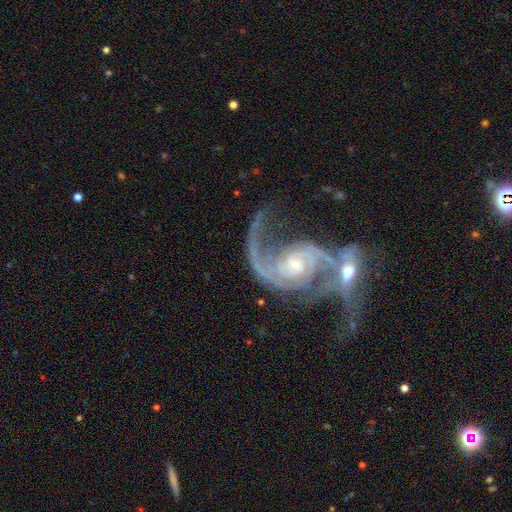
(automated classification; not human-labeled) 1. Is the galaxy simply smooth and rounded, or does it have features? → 91% featured or disk, 5% star or artifact, 4% smooth.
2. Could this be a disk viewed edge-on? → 97% no, 3% yes.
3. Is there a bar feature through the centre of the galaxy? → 56% no, 33% weak, 12% strong.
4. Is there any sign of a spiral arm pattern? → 97% yes, 3% no.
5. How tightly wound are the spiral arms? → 46% loose, 40% medium, 15% tight.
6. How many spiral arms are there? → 82% 2, 7% 1, 5% can't tell, 3% 3, 2% 4, 2% more than 4.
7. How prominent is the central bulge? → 53% small, 40% moderate, 3% large, 3% none, 1% dominant.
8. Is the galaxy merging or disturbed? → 59% merger, 18% none, 15% major disturbance, 8% minor disturbance.